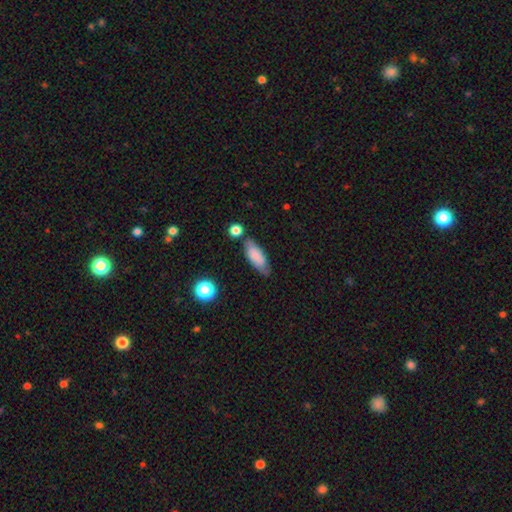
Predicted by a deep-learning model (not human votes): smooth 77%, featured or disk 16%, star or artifact 7%. Down the decision tree: how rounded — in between (75%); merging — none (65%).